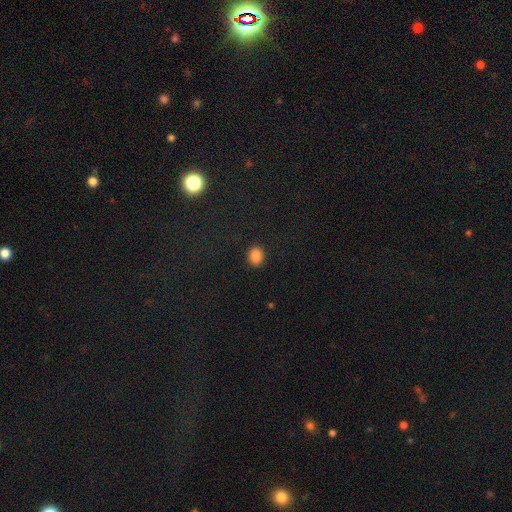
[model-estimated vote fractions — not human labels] smooth 86%, star or artifact 10%, featured or disk 4%. Down the decision tree: how rounded — in between (51%); merging — none (89%).